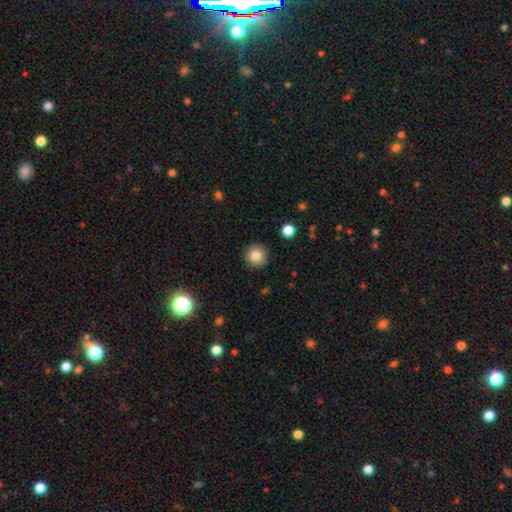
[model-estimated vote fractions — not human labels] Smooth or featured? smooth (84%)
How rounded? round (95%)
Merging? none (90%)